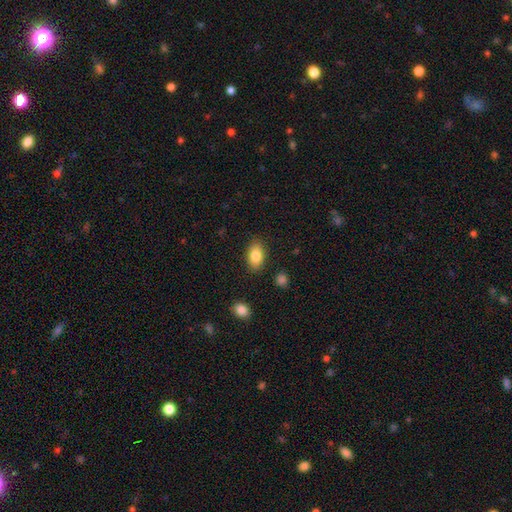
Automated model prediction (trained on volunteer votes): smooth-or-featured: smooth: 85% | featured or disk: 8% | star or artifact: 7%
  how-rounded: in between: 91% | round: 7% | cigar-shaped: 2%
  merging: none: 86% | minor disturbance: 10% | major disturbance: 3% | merger: 2%